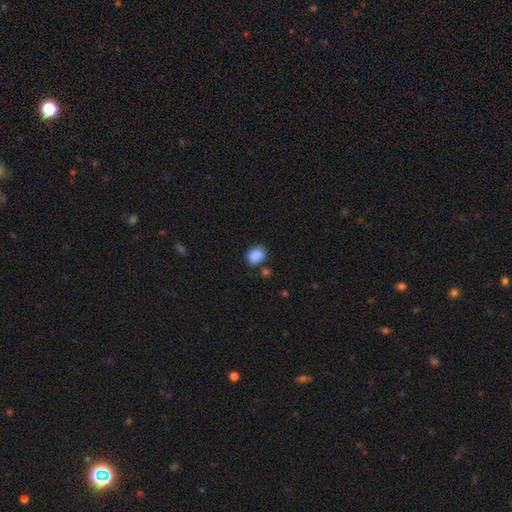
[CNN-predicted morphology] Smooth or featured? smooth (87%)
How rounded? in between (60%)
Merging? none (66%)